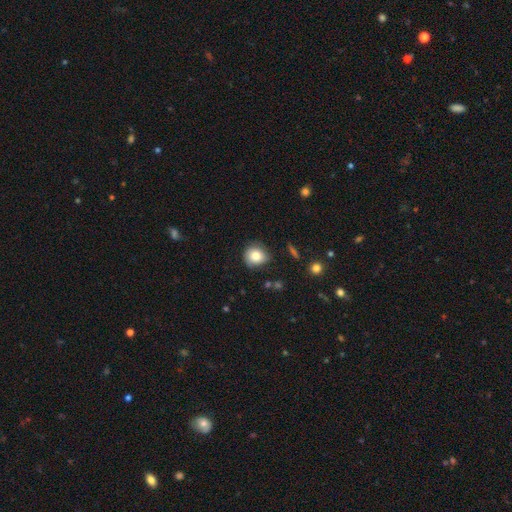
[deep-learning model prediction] smooth 80%, featured or disk 11%, star or artifact 10%. Down the decision tree: how rounded — round (84%); merging — none (76%).